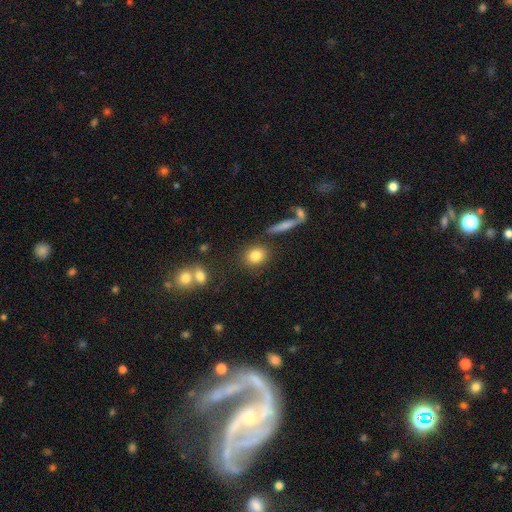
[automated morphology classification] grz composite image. It shows a smooth galaxy with no disk features (82%) that is round (68%). Merging: none (80%).